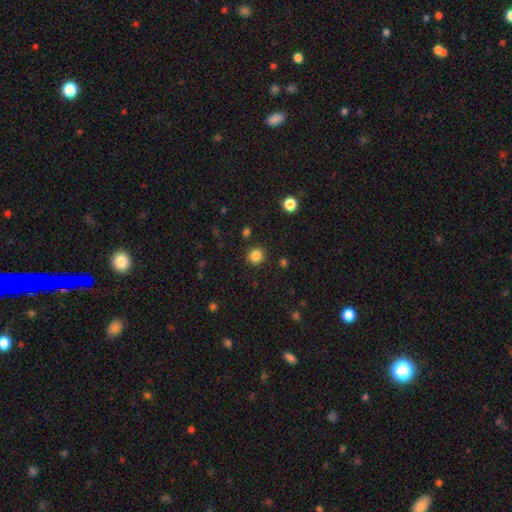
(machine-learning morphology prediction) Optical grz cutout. It shows a smooth galaxy with no disk features (84%) that is round (90%). Merging: none (90%).